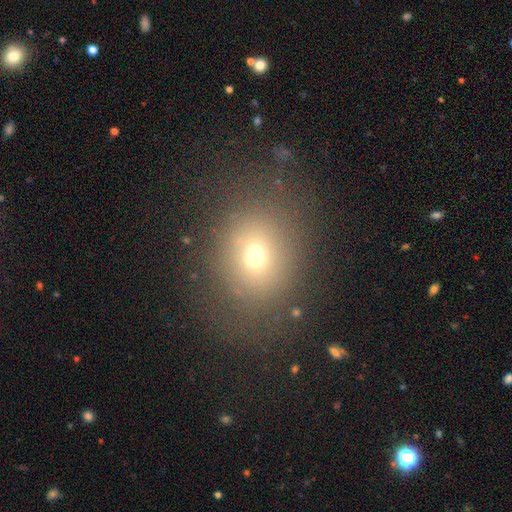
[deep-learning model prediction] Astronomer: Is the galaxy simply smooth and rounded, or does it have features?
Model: smooth — 65%.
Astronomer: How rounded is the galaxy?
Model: round — 56% (runner-up: in between, 43%).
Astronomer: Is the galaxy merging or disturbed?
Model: none — 77%.